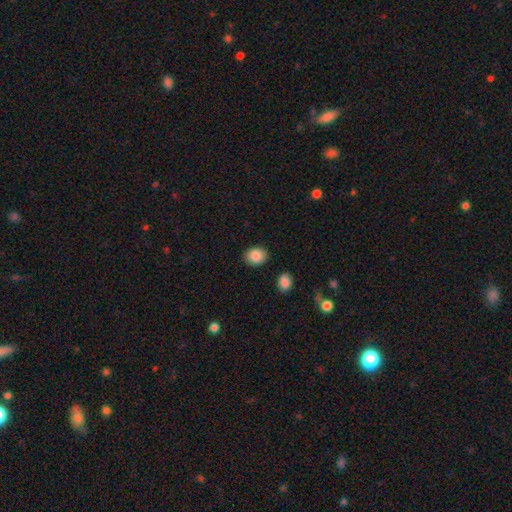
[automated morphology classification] A smooth galaxy with no disk features (88%) that is in between round and cigar-shaped (52%). Merging: none (86%).